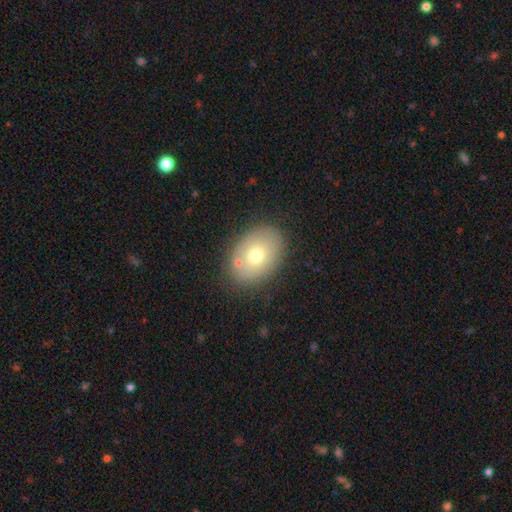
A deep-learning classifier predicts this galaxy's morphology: The model was most divided on "smooth or featured": smooth: 68%, featured or disk: 23%, star or artifact: 9%. More confident: merging — none (79%); how rounded — in between (74%).